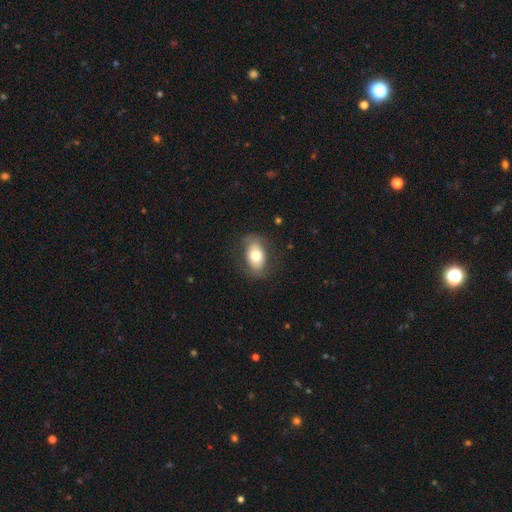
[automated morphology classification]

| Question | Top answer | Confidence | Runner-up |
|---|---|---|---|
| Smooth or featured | smooth | 68% | featured or disk (25%) |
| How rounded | in between | 87% | round (11%) |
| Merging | none | 78% | minor disturbance (15%) |